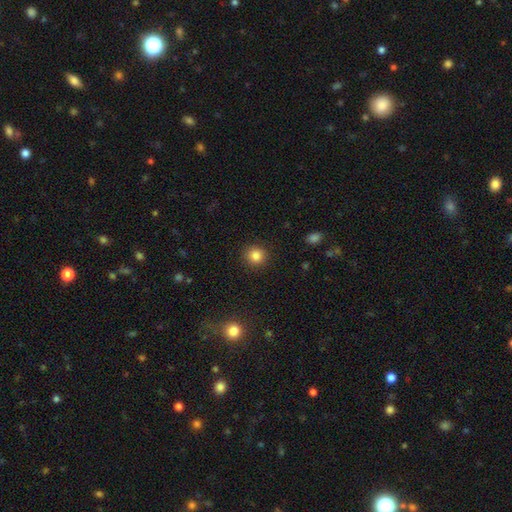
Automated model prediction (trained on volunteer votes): smooth 84%, star or artifact 11%, featured or disk 5%. Down the decision tree: how rounded — round (92%); merging — none (91%).